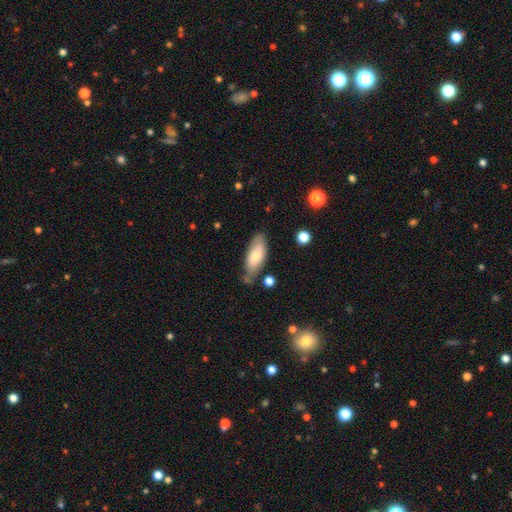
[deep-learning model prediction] Overall: smooth (70%). How rounded: in between (79%). Merging: none (65%).